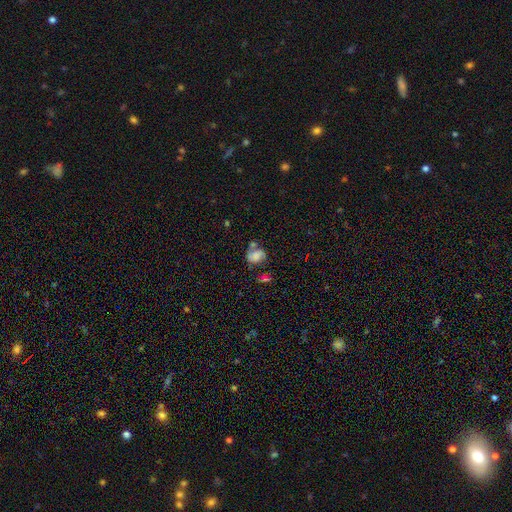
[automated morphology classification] smooth-or-featured: featured or disk: 45% | smooth: 43% | star or artifact: 11%
  merging: none: 41% | merger: 23% | minor disturbance: 22% | major disturbance: 14%